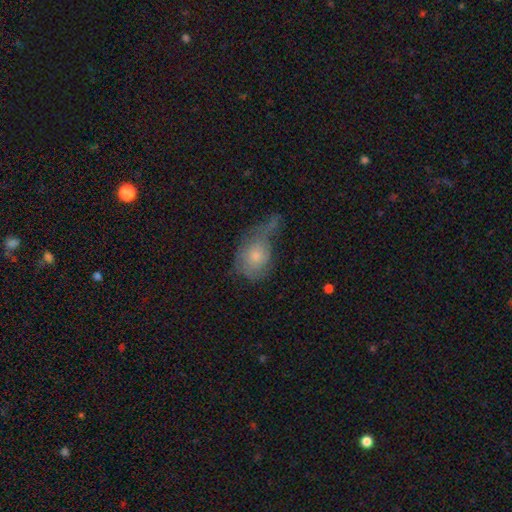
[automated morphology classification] type=smooth (57%); roundness=in between (60%); merging=major disturbance (36%).